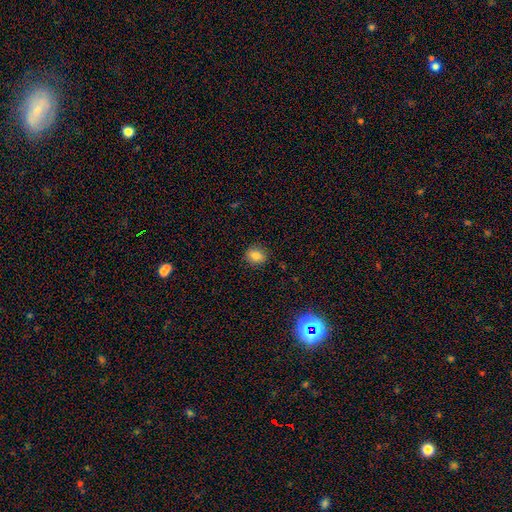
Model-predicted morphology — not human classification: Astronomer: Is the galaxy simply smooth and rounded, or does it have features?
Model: smooth — 81%.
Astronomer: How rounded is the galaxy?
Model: round — 65%.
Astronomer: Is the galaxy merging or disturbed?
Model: none — 87%.